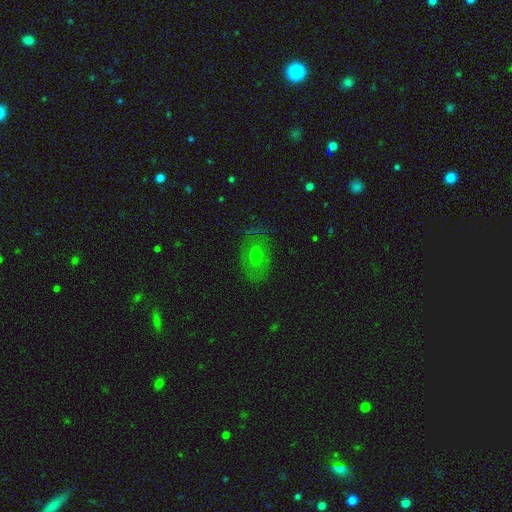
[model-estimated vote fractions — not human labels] Overall: smooth (48%; featured or disk 41%). Merging: none (75%).